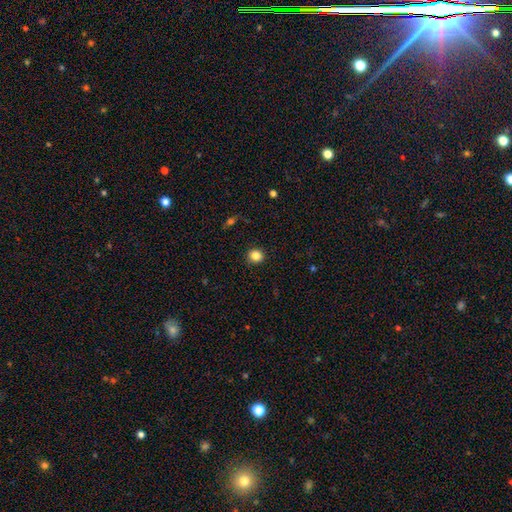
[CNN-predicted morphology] type=smooth (85%); roundness=round (80%); merging=none (88%).